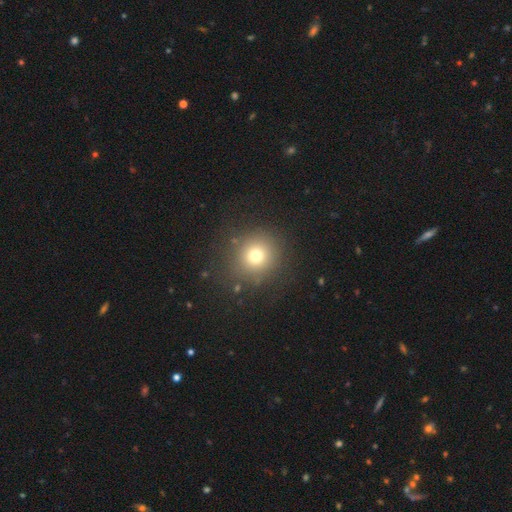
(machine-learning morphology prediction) This appears to be a smooth galaxy with no disk features (72%) that is round (92%). Merging: none (85%).